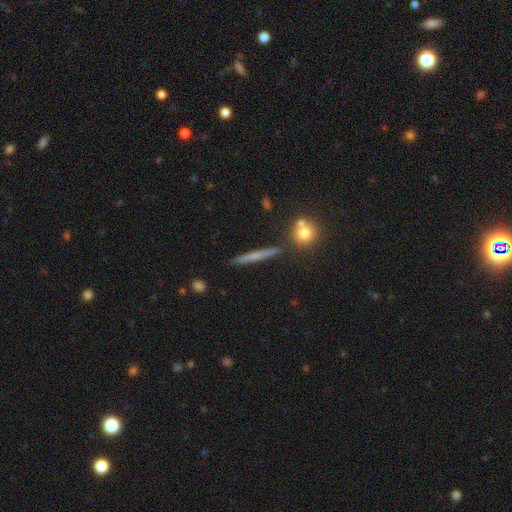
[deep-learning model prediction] Smooth or featured: smooth — 49% (featured or disk — 43%)
Merging: none — 87% (minor disturbance — 8%)